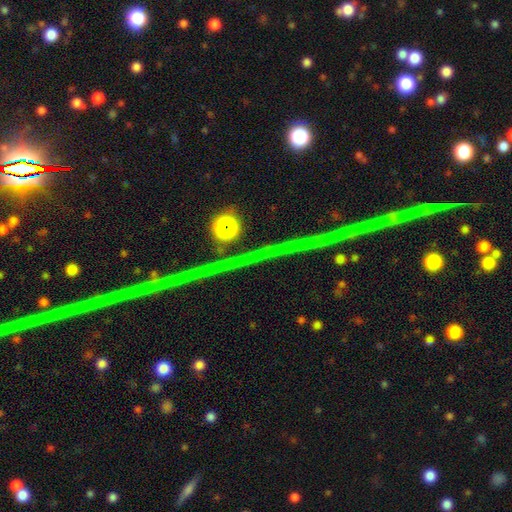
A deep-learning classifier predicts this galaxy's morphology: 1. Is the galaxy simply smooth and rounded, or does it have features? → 72% star or artifact, 16% featured or disk, 11% smooth.